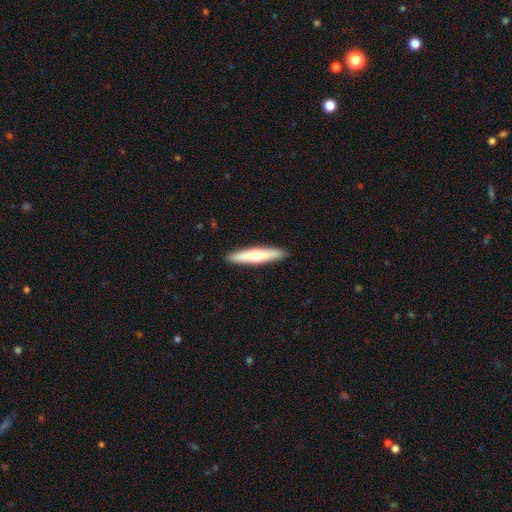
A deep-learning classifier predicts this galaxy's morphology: Smooth or featured: smooth — 57% (featured or disk — 38%)
How rounded: cigar-shaped — 88% (in between — 11%)
Merging: none — 91% (minor disturbance — 7%)